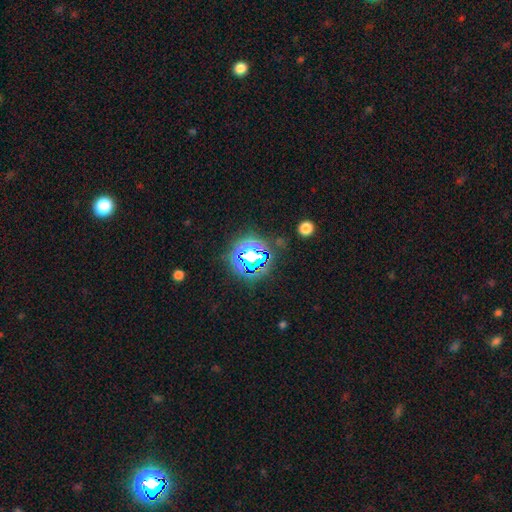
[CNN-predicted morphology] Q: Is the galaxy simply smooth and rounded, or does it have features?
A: star or artifact — 69%.